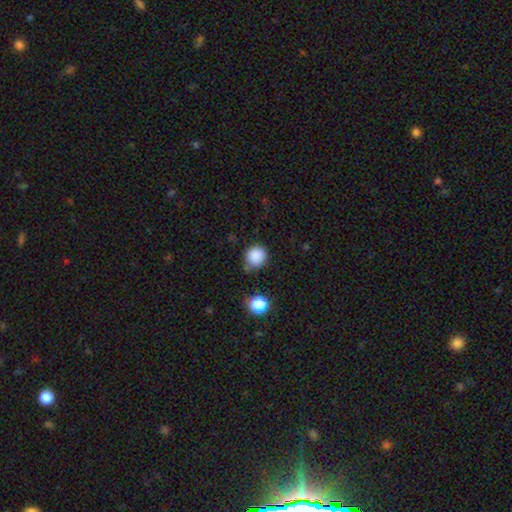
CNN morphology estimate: Smooth or featured? smooth (86%)
How rounded? round (90%)
Merging? none (74%)